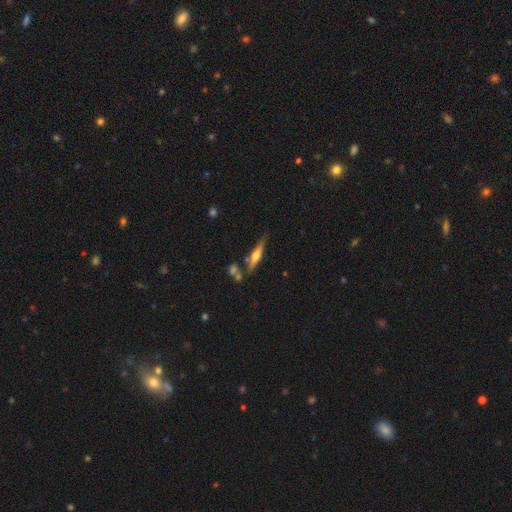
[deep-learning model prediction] This is possibly a featured or disk galaxy (60%). It is clearly viewed edge-on (93%). Edge-on bulge: clearly rounded (88%). Merging: likely none (69%).